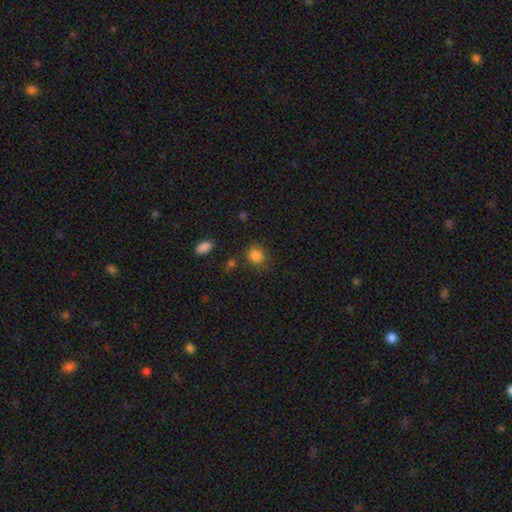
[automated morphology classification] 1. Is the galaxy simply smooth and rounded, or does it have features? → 85% smooth, 11% star or artifact, 5% featured or disk.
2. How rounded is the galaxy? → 75% round, 24% in between, 1% cigar-shaped.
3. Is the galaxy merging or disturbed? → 75% none, 15% minor disturbance, 5% major disturbance, 4% merger.